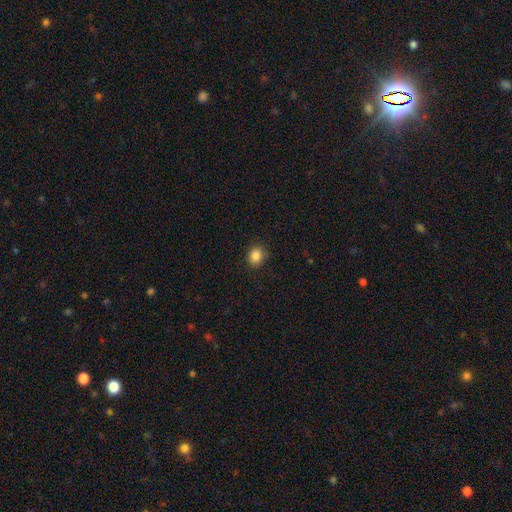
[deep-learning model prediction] This is clearly a smooth galaxy (86%). How rounded: likely round (61%). Merging: clearly none (87%).